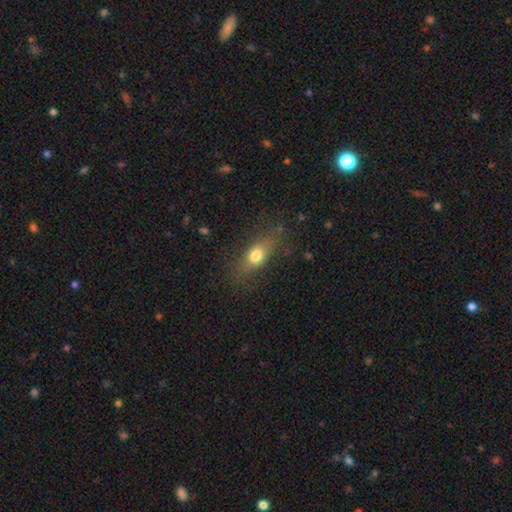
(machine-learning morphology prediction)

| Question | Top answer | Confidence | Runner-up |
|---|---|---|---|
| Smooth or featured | smooth | 71% | featured or disk (18%) |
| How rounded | in between | 67% | cigar-shaped (21%) |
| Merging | none | 70% | minor disturbance (18%) |